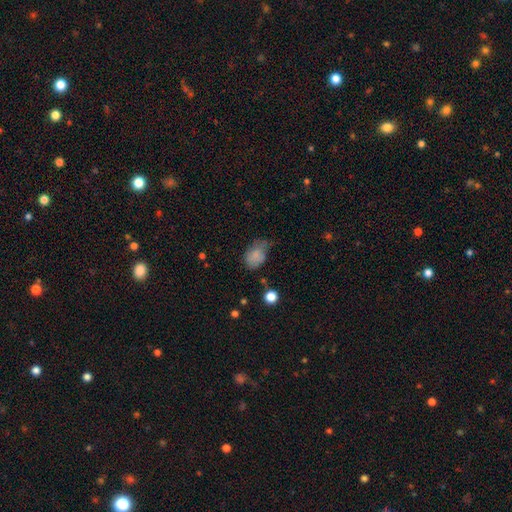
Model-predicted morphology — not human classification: A smooth galaxy with no disk features (81%) that is in between round and cigar-shaped (80%).

Vote fractions:
- Smooth or featured? smooth: 81% / star or artifact: 10% / featured or disk: 9%
- How rounded? in between: 80% / round: 18% / cigar-shaped: 1%
- Merging? none: 45% / minor disturbance: 38% / major disturbance: 14% / merger: 3%